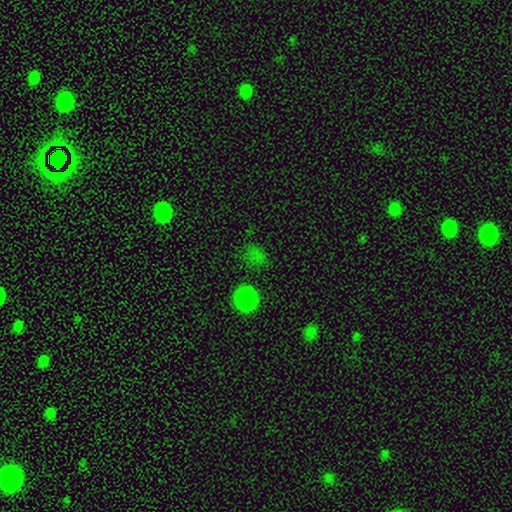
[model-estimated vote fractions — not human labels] Smooth or featured? smooth (66%)
How rounded? round (60%)
Merging? none (68%)